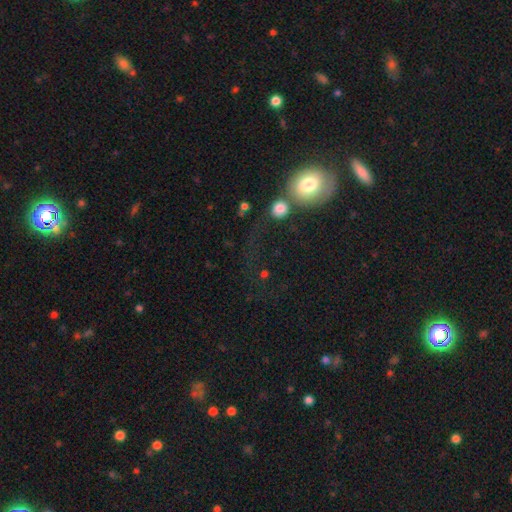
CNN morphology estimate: Smooth or featured? Predicted: smooth (p=0.45). Merging? Predicted: none (p=0.47).